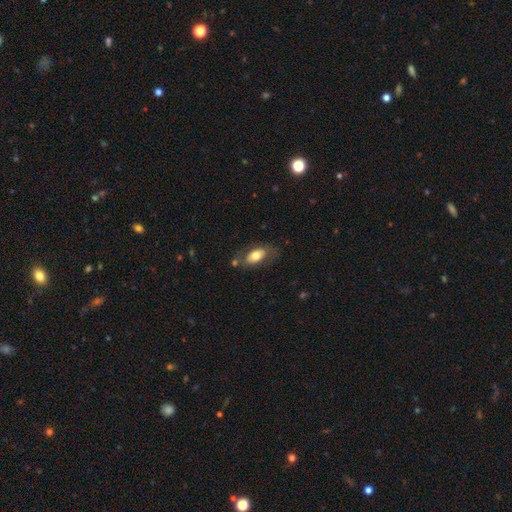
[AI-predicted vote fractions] A smooth galaxy with no disk features (68%) that is in between round and cigar-shaped (90%).

Vote fractions:
- Smooth or featured? smooth: 68% / featured or disk: 26% / star or artifact: 6%
- How rounded? in between: 90% / cigar-shaped: 5% / round: 5%
- Merging? none: 66% / minor disturbance: 19% / major disturbance: 9% / merger: 6%